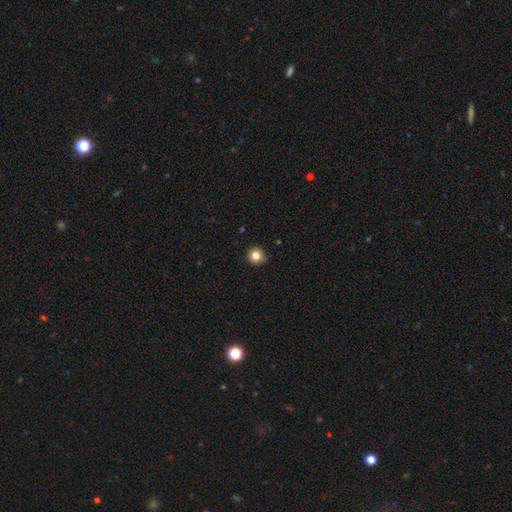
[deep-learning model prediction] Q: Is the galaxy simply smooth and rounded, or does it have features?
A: smooth — 83%.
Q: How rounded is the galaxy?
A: round — 95%.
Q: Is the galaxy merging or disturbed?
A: none — 90%.